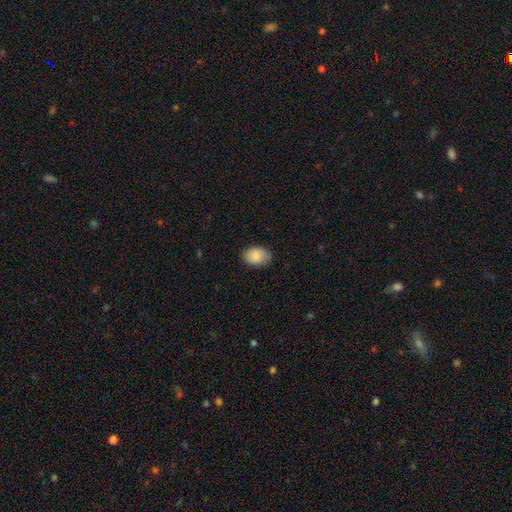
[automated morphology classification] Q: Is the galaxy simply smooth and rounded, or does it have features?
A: smooth — 88%.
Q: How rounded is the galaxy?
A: in between — 81%.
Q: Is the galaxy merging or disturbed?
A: none — 85%.